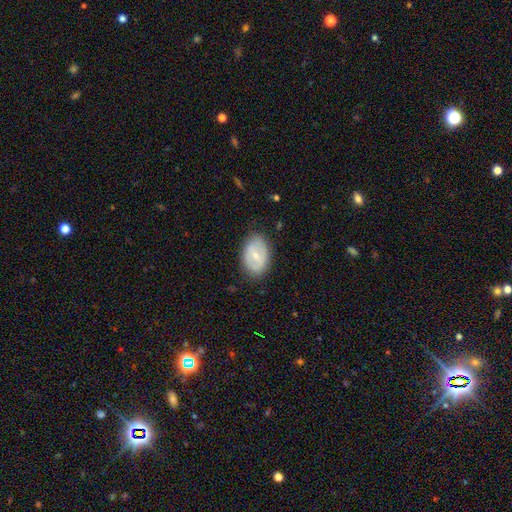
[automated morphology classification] This appears to be a featured or disk galaxy (49%). Merging: none (80%).